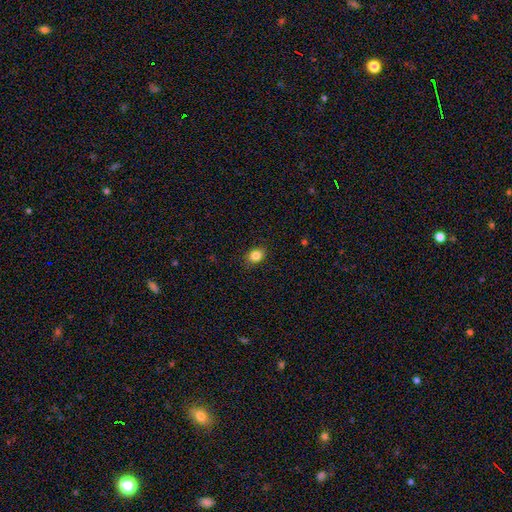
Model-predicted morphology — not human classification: Smooth or featured? Predicted: smooth (p=0.84). How rounded? Predicted: in between (p=0.59). Merging? Predicted: none (p=0.86).